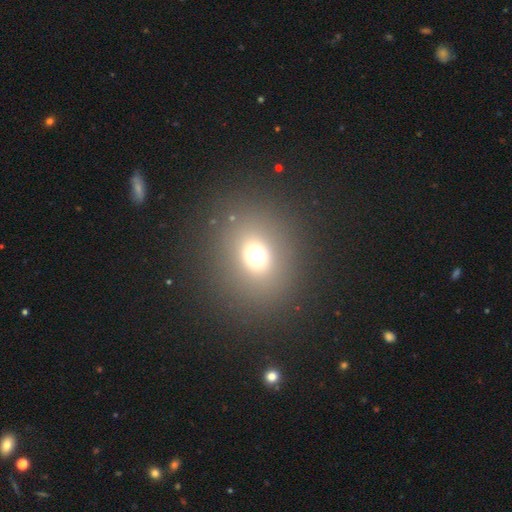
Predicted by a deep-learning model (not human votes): A smooth galaxy with no disk features (69%) that is round (65%).

Vote fractions:
- Smooth or featured? smooth: 69% / star or artifact: 19% / featured or disk: 12%
- How rounded? round: 65% / in between: 34% / cigar-shaped: 1%
- Merging? none: 86% / minor disturbance: 7% / major disturbance: 5% / merger: 2%